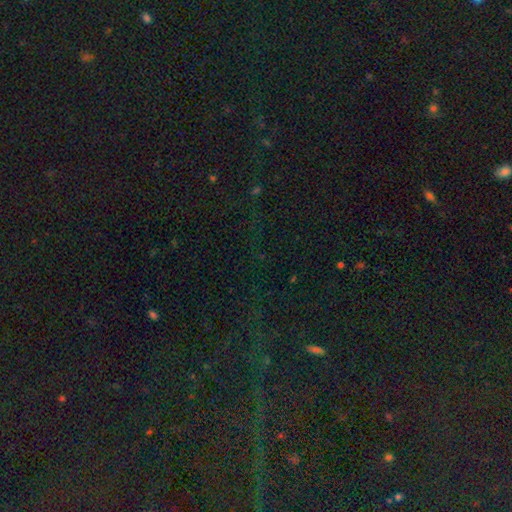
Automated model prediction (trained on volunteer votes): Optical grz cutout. It shows a star or artifact, not a galaxy (82%).